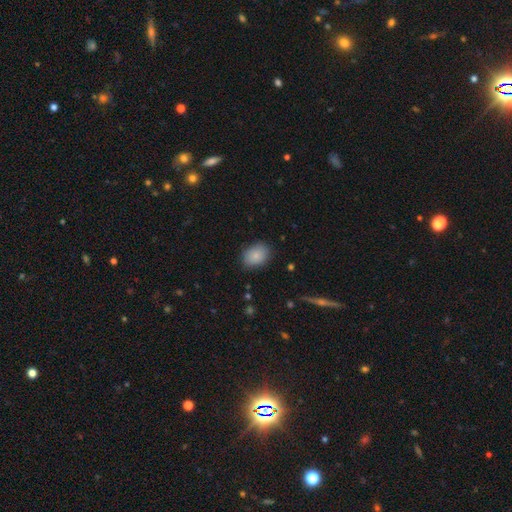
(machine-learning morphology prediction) This appears to be a smooth galaxy with no disk features (85%) that is in between round and cigar-shaped (71%). Merging: none (84%).